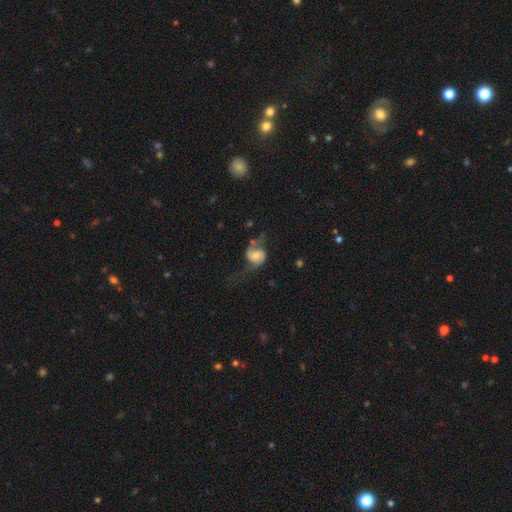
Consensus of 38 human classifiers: Smooth or featured? featured or disk (76%)
Edge-on disk? no (100%)
Bar? no (79%)
Spiral arms? yes (97%)
Spiral winding? loose (64%)
Spiral arm count? 2 (96%)
Bulge size? moderate (52%)
Merging? none (51%)